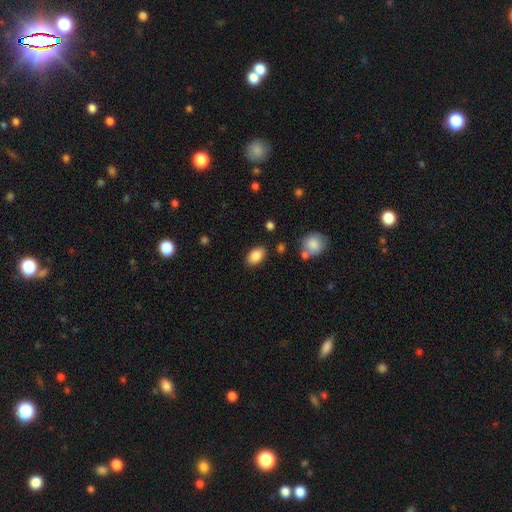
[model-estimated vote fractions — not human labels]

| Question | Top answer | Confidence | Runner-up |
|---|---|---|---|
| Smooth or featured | smooth | 86% | star or artifact (8%) |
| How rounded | in between | 90% | round (9%) |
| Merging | none | 84% | minor disturbance (10%) |